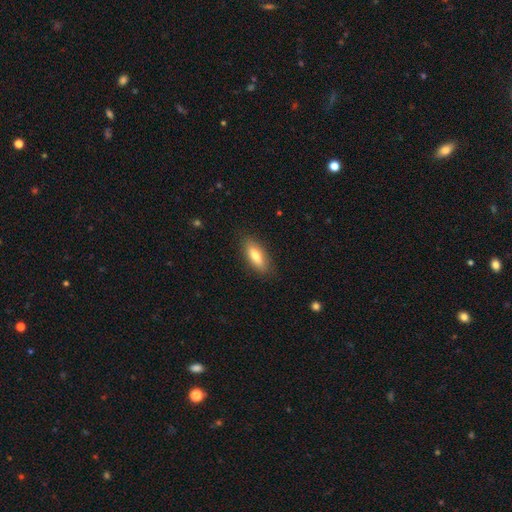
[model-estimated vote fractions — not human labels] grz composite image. It shows a smooth galaxy with no disk features (74%) that is in between round and cigar-shaped (70%). Merging: none (86%).